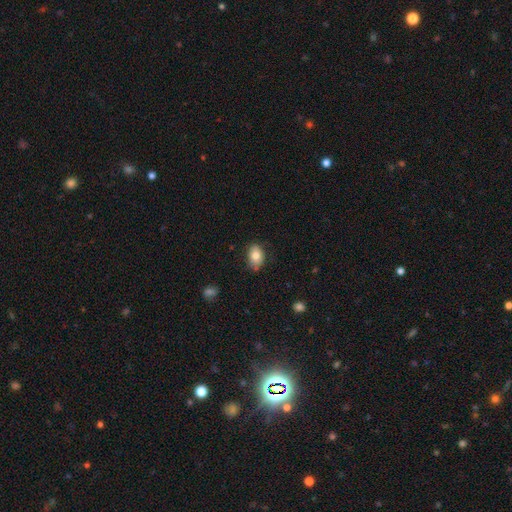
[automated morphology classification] A smooth galaxy with no disk features (79%) that is in between round and cigar-shaped (83%). Merging: none (77%).